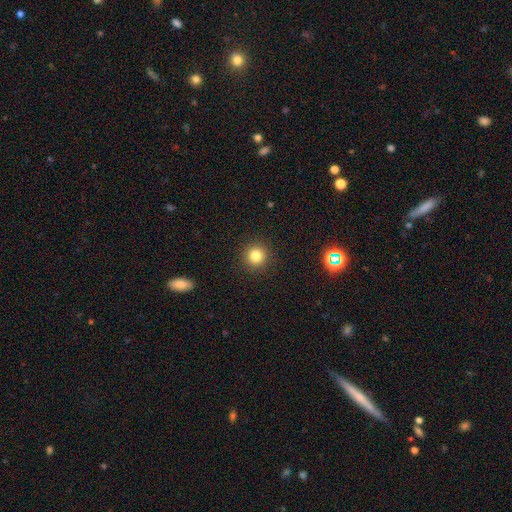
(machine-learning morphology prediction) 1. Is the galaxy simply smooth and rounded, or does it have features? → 82% smooth, 13% star or artifact, 6% featured or disk.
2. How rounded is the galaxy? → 94% round, 5% in between, 1% cigar-shaped.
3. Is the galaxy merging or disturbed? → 92% none, 5% minor disturbance, 2% major disturbance, 1% merger.